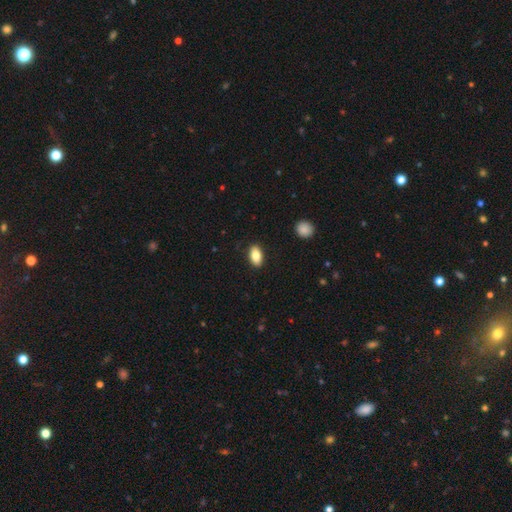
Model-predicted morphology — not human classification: smooth-or-featured: smooth: 81% | featured or disk: 11% | star or artifact: 7%
  how-rounded: in between: 91% | round: 5% | cigar-shaped: 4%
  merging: none: 90% | minor disturbance: 8% | major disturbance: 2% | merger: 1%